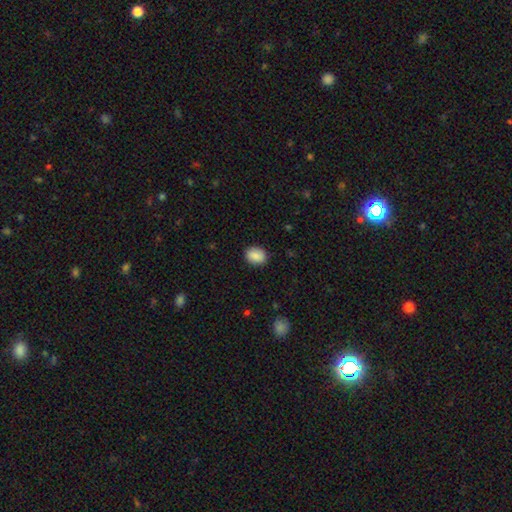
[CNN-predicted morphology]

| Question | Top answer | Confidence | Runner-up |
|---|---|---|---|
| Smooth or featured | smooth | 88% | star or artifact (8%) |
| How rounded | in between | 59% | round (40%) |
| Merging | none | 86% | minor disturbance (10%) |